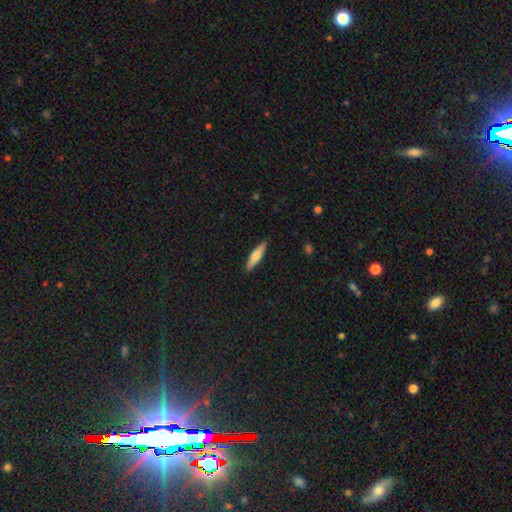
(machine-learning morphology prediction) Smooth or featured: smooth — 58% (featured or disk — 36%)
How rounded: cigar-shaped — 80% (in between — 19%)
Merging: none — 90% (minor disturbance — 7%)